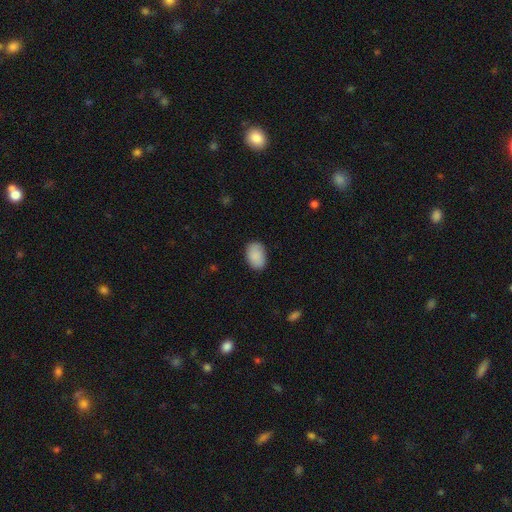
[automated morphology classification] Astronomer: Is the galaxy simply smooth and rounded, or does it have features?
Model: smooth — 89%.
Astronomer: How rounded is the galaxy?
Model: in between — 88%.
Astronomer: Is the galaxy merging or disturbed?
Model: none — 84%.